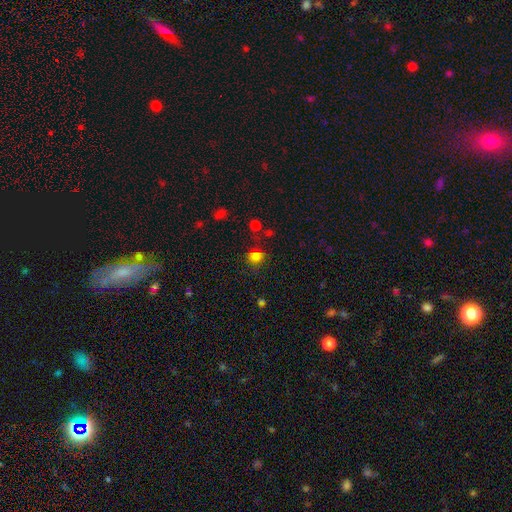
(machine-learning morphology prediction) smooth-or-featured: smooth: 76% | star or artifact: 18% | featured or disk: 5%
  how-rounded: round: 73% | in between: 26% | cigar-shaped: 1%
  merging: none: 71% | minor disturbance: 15% | merger: 7% | major disturbance: 7%